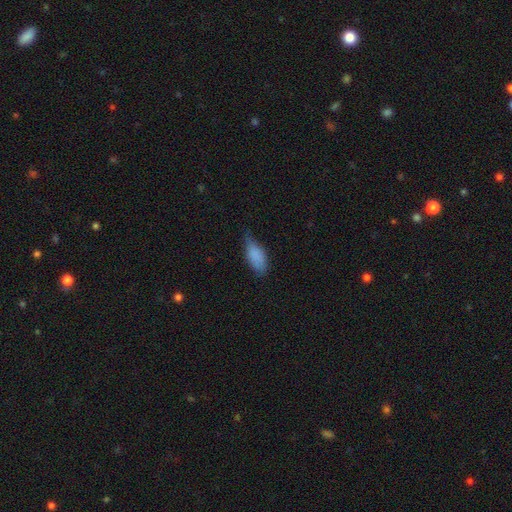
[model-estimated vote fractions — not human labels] Smooth or featured?
  - smooth: 81% *
  - featured or disk: 11%
  - star or artifact: 7%
How rounded?
  - in between: 82% *
  - cigar-shaped: 15%
  - round: 2%
Merging?
  - none: 49% *
  - minor disturbance: 40%
  - major disturbance: 10%
  - merger: 2%